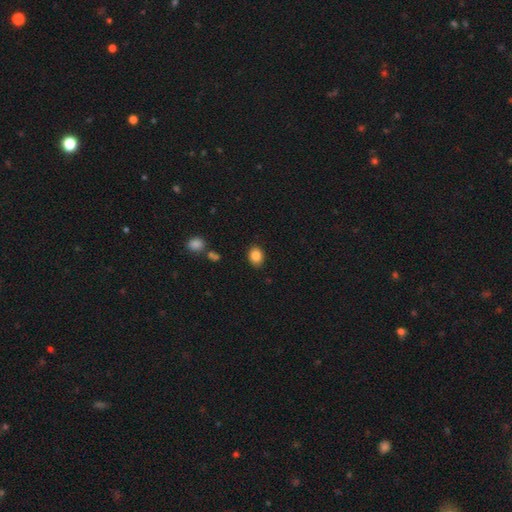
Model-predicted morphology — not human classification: A smooth galaxy with no disk features (85%) that is in between round and cigar-shaped (57%). Merging: none (87%).